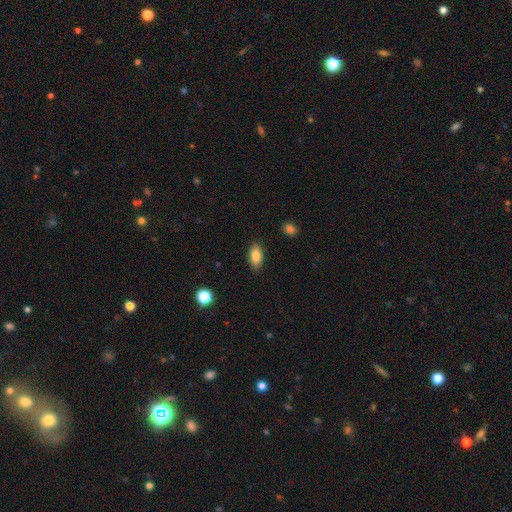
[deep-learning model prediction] Smooth or featured?
  - smooth: 85% *
  - star or artifact: 8%
  - featured or disk: 7%
How rounded?
  - in between: 91% *
  - cigar-shaped: 5%
  - round: 4%
Merging?
  - none: 87% *
  - minor disturbance: 9%
  - major disturbance: 2%
  - merger: 1%